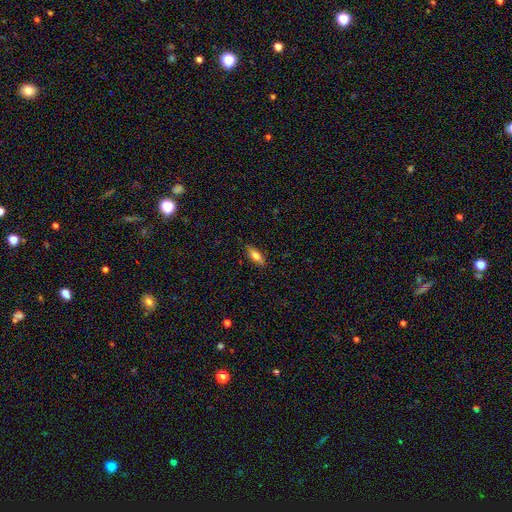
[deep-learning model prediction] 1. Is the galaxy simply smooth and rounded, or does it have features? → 69% smooth, 24% featured or disk, 7% star or artifact.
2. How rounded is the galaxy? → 65% in between, 33% cigar-shaped, 3% round.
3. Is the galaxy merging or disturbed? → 84% none, 13% minor disturbance, 3% major disturbance, 1% merger.